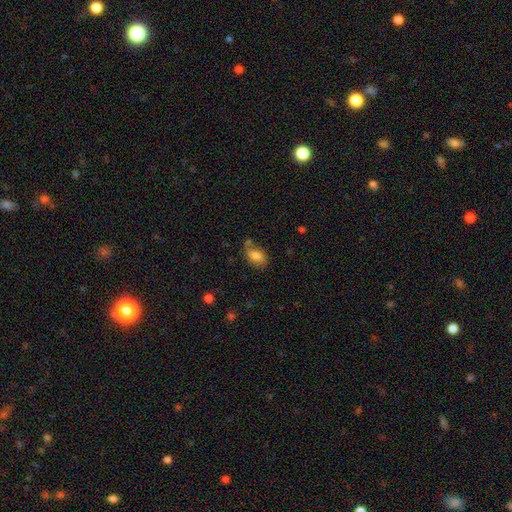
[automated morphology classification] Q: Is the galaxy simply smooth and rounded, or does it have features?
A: smooth — 80%.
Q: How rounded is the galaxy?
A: in between — 87%.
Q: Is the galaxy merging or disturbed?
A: none — 64%.